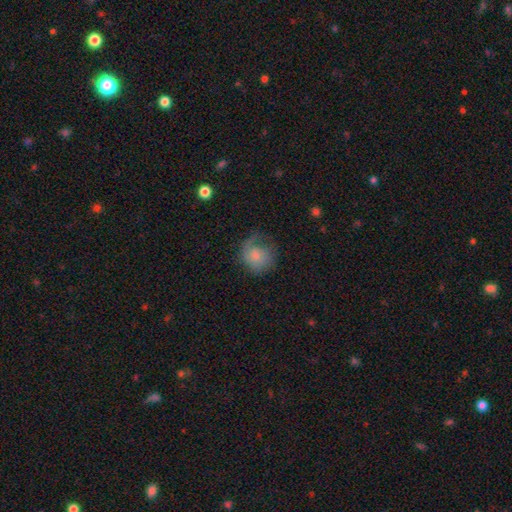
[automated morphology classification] Q: Smooth or featured?
A: smooth (62%); runner-up: featured or disk (30%)
Q: How rounded?
A: round (76%); runner-up: in between (23%)
Q: Merging?
A: none (44%); runner-up: major disturbance (27%)